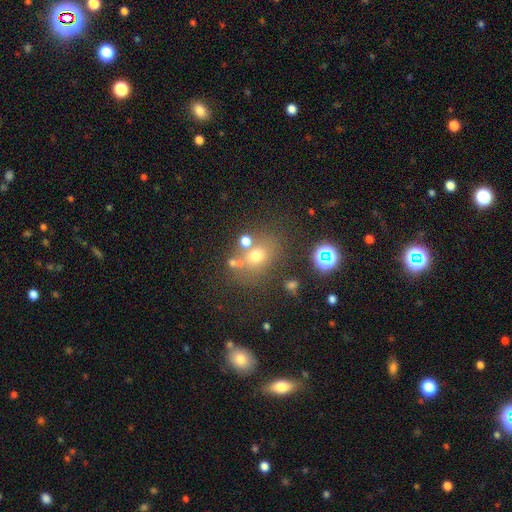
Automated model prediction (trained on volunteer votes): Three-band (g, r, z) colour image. It shows a smooth galaxy with no disk features (63%) that is round (60%). Merging: none (66%).